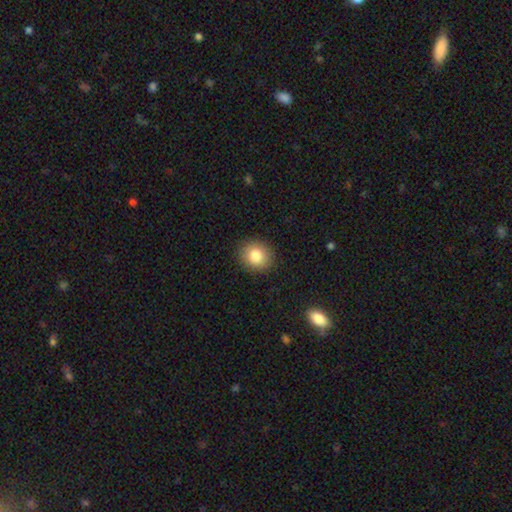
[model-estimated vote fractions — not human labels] Smooth or featured?
  - smooth: 82% *
  - star or artifact: 9%
  - featured or disk: 8%
How rounded?
  - round: 77% *
  - in between: 22%
  - cigar-shaped: 1%
Merging?
  - none: 90% *
  - minor disturbance: 7%
  - major disturbance: 2%
  - merger: 1%